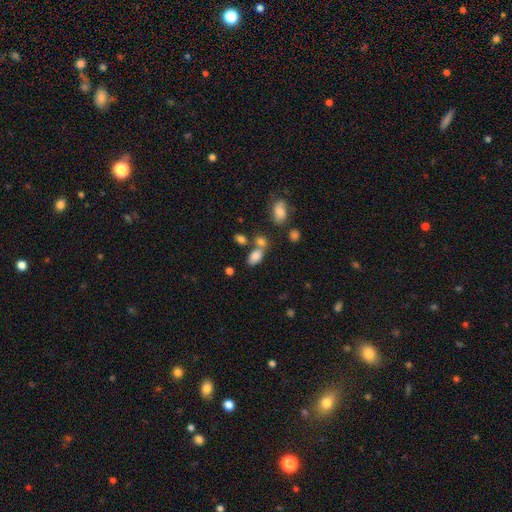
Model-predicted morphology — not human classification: This appears to be a smooth galaxy with no disk features (81%) that is in between round and cigar-shaped (88%). Merging: none (48%).